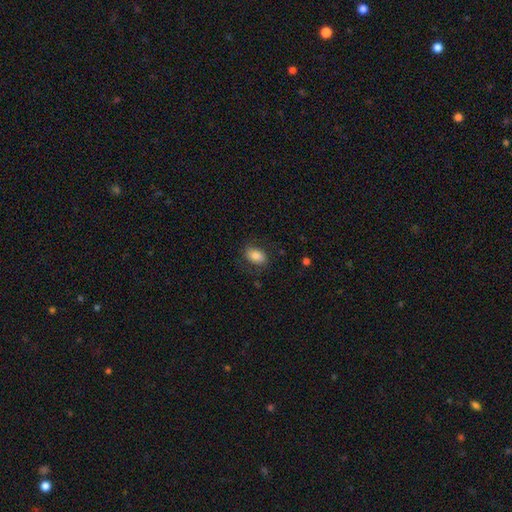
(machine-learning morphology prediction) This is likely a smooth galaxy (79%). How rounded: clearly in between (85%). Merging: likely none (76%).